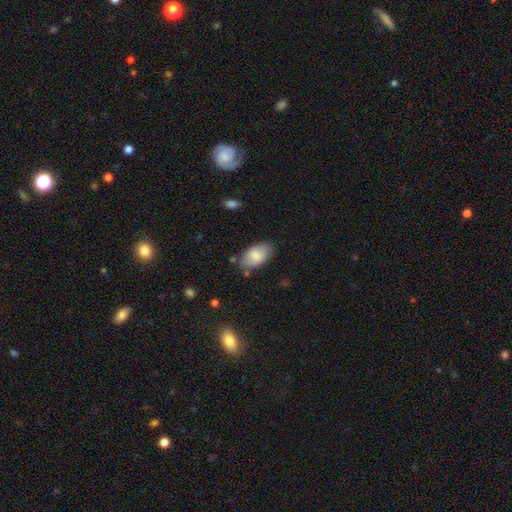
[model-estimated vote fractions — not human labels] A smooth galaxy with no disk features (80%) that is in between round and cigar-shaped (95%). Merging: none (77%).